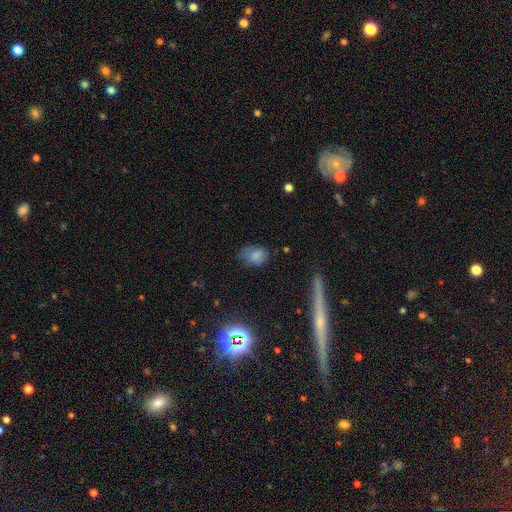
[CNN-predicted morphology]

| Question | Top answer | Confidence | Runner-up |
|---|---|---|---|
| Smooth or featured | smooth | 77% | star or artifact (12%) |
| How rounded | in between | 74% | round (24%) |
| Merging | none | 58% | minor disturbance (29%) |